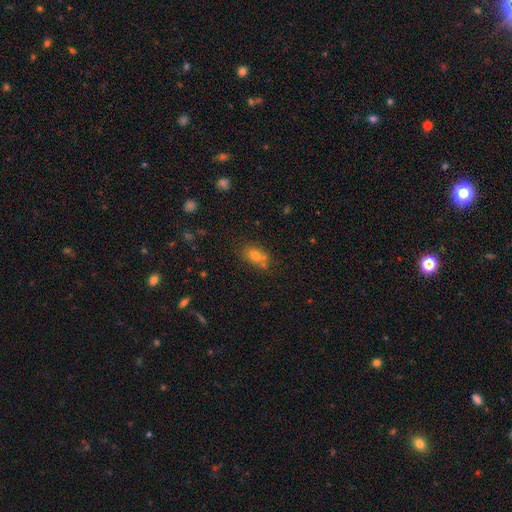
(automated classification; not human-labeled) Smooth or featured? Predicted: smooth (p=0.73). How rounded? Predicted: in between (p=0.66). Merging? Predicted: none (p=0.56).